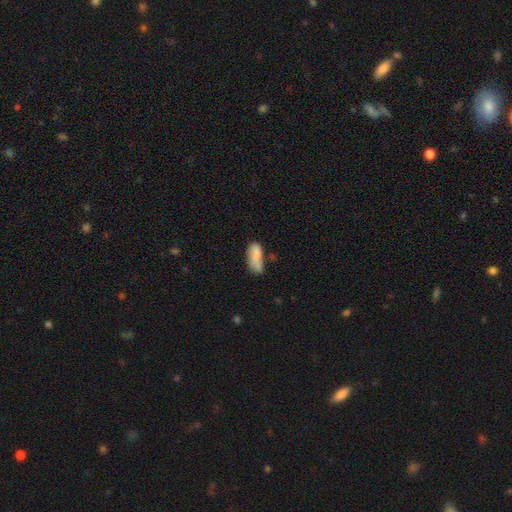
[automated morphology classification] A smooth galaxy with no disk features (79%) that is in between round and cigar-shaped (77%). Merging: none (40%).